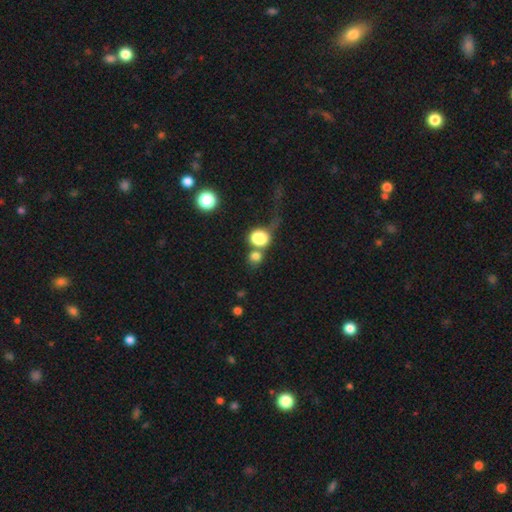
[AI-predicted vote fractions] smooth 77%, star or artifact 14%, featured or disk 9%. Down the decision tree: how rounded — round (77%); merging — none (42%).